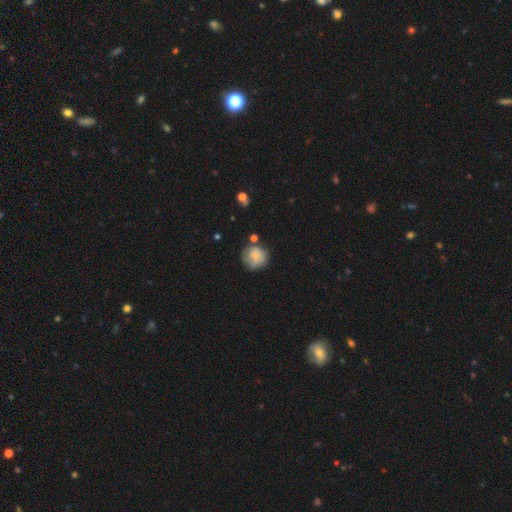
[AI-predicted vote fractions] This is likely a smooth galaxy (74%). How rounded: clearly round (89%). Merging: likely none (62%).